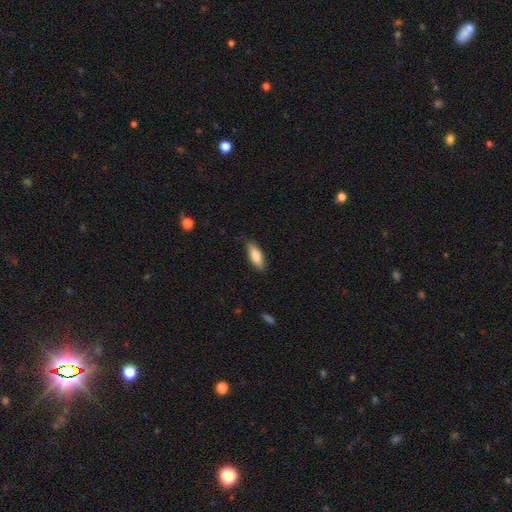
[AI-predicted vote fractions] Smooth or featured?
  - smooth: 79% *
  - featured or disk: 15%
  - star or artifact: 6%
How rounded?
  - in between: 68% *
  - cigar-shaped: 30%
  - round: 2%
Merging?
  - none: 83% *
  - minor disturbance: 13%
  - major disturbance: 2%
  - merger: 1%